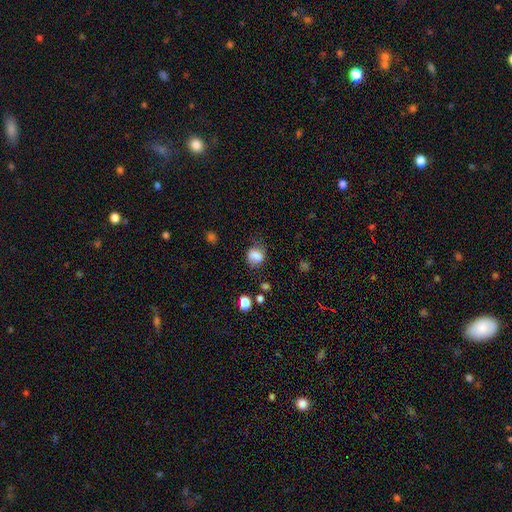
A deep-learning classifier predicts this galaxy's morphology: Smooth or featured?
  - smooth: 80% *
  - star or artifact: 11%
  - featured or disk: 10%
How rounded?
  - round: 55% *
  - in between: 44%
  - cigar-shaped: 1%
Merging?
  - none: 60% *
  - minor disturbance: 25%
  - major disturbance: 11%
  - merger: 3%